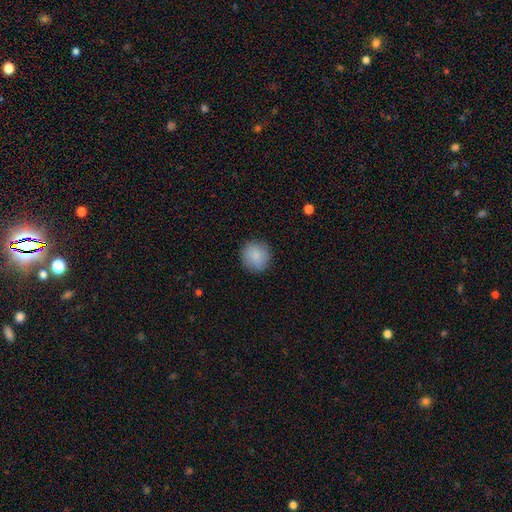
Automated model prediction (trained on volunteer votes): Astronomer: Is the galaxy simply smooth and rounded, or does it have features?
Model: smooth — 88%.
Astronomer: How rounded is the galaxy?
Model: round — 92%.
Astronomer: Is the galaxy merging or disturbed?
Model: none — 89%.